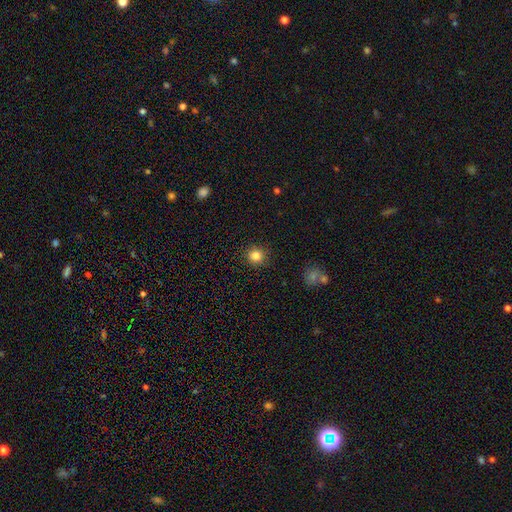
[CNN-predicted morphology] Smooth or featured? Predicted: smooth (p=0.84). How rounded? Predicted: round (p=0.92). Merging? Predicted: none (p=0.90).